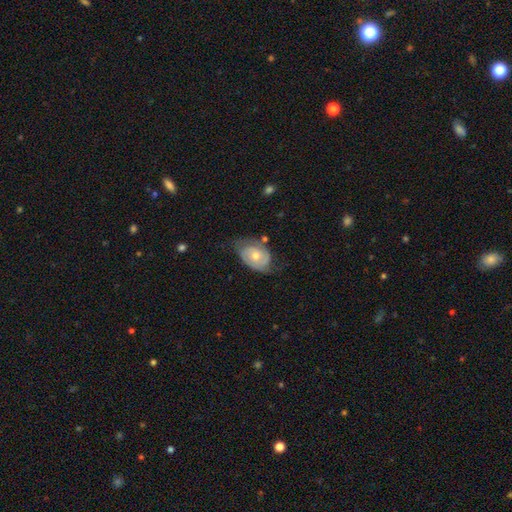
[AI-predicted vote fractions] A featured or disk galaxy (62%) with no bar (78%), spiral arms (76%) and a moderate central bulge (58%). Merging: none (57%).